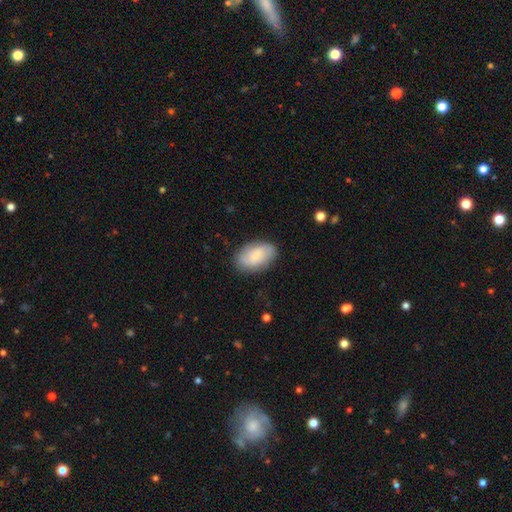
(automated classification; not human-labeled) smooth_or_featured: smooth (p=0.73) [alt: featured or disk p=0.20]
how_rounded: in between (p=0.92) [alt: round p=0.06]
merging: none (p=0.81) [alt: minor disturbance p=0.14]